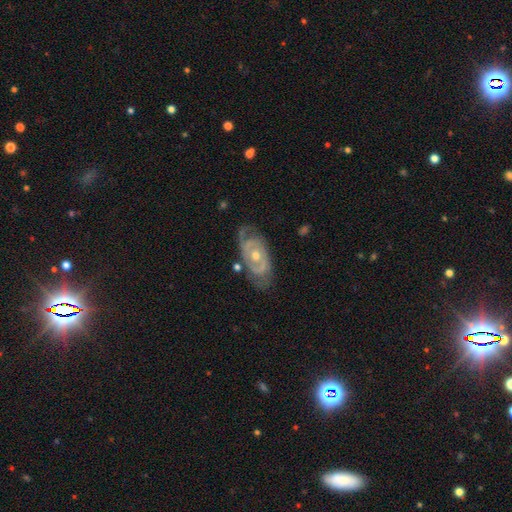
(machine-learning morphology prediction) type=featured or disk (86%); edge-on=no (94%); bar=no (71%); spiral arms=yes (91%); winding=tight (62%); arm count=2 (70%); bulge=moderate (61%); merging=none (74%).